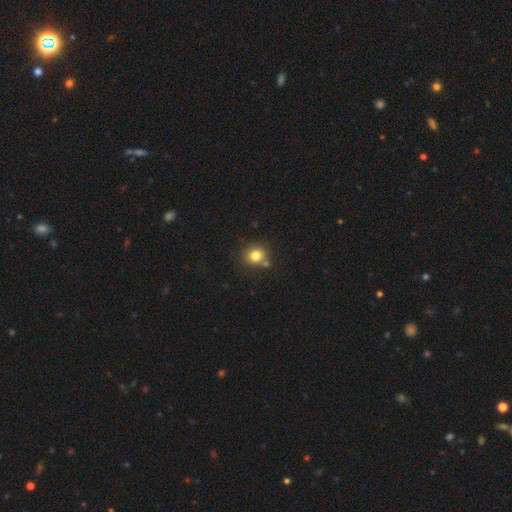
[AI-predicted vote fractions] A smooth galaxy with no disk features (80%) that is round (79%).

Vote fractions:
- Smooth or featured? smooth: 80% / star or artifact: 12% / featured or disk: 8%
- How rounded? round: 79% / in between: 20% / cigar-shaped: 1%
- Merging? none: 75% / merger: 11% / minor disturbance: 11% / major disturbance: 3%